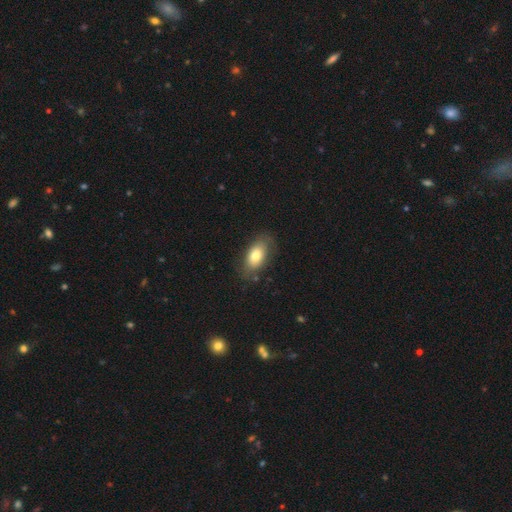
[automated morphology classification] type=smooth (75%); roundness=in between (90%); merging=none (76%).